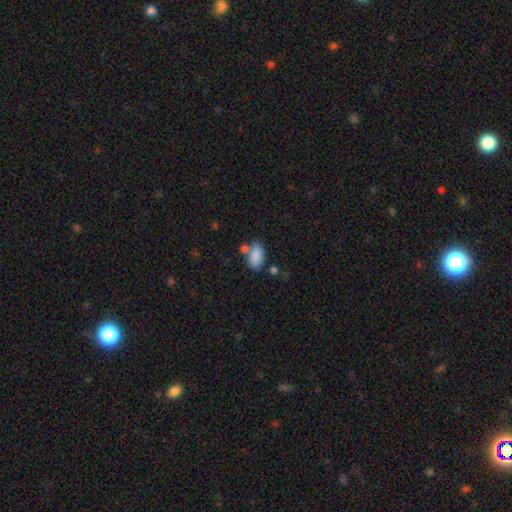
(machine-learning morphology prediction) smooth 87%, star or artifact 7%, featured or disk 6%. Down the decision tree: how rounded — in between (93%); merging — none (63%).